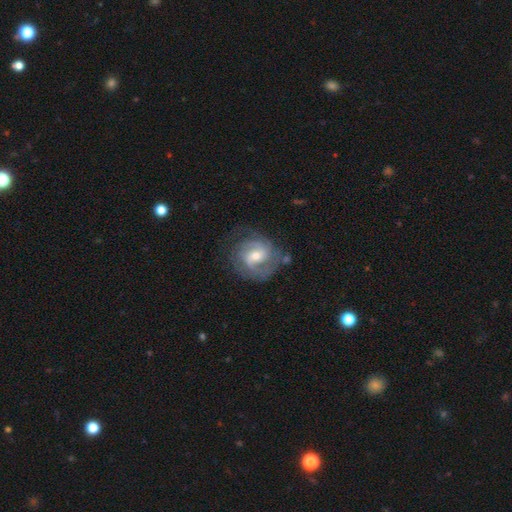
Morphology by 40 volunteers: smooth_or_featured: featured or disk (p=0.88) [alt: smooth p=0.07]
disk_edge_on: no (p=0.97) [alt: yes p=0.03]
bar: no (p=0.44) [alt: weak p=0.41]
has_spiral_arms: yes (p=0.97) [alt: no p=0.03]
spiral_winding: tight (p=0.55) [alt: medium p=0.42]
spiral_arm_count: 2 (p=0.52) [alt: 3 p=0.27]
bulge_size: small (p=0.56) [alt: moderate p=0.38]
merging: none (p=0.63) [alt: minor disturbance p=0.26]